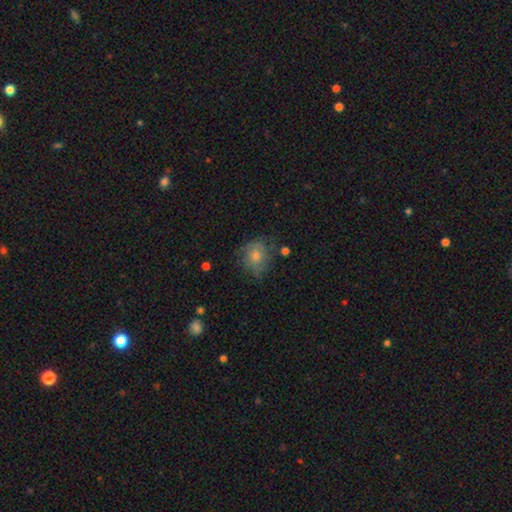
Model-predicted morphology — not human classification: Overall: smooth (48%; featured or disk 36%). Merging: none (67%).